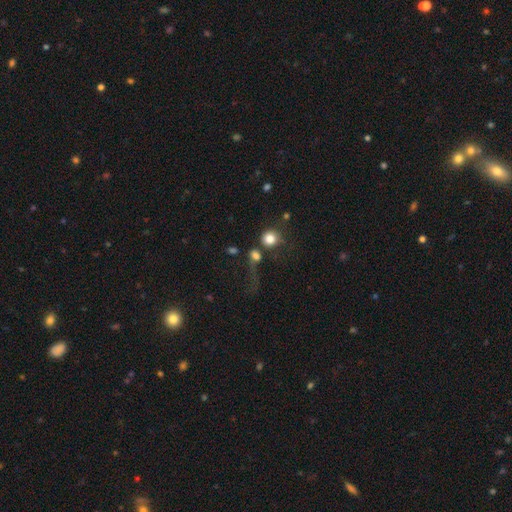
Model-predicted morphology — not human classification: The model was most divided on "merging": none: 35%, major disturbance: 29%, merger: 23%, minor disturbance: 13%. More confident: smooth or featured — smooth (74%); how rounded — round (71%).